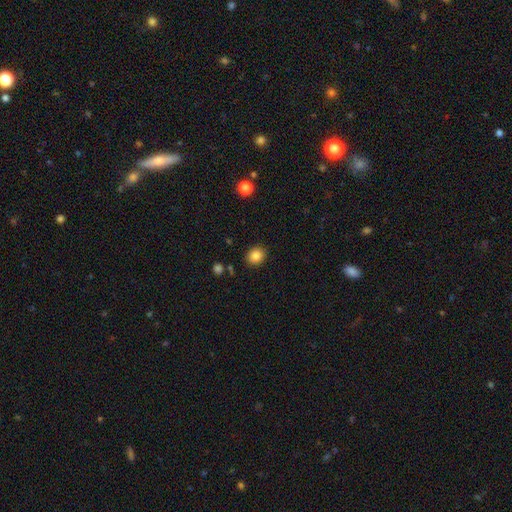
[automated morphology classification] Smooth or featured? Predicted: smooth (p=0.85). How rounded? Predicted: round (p=0.64). Merging? Predicted: none (p=0.88).